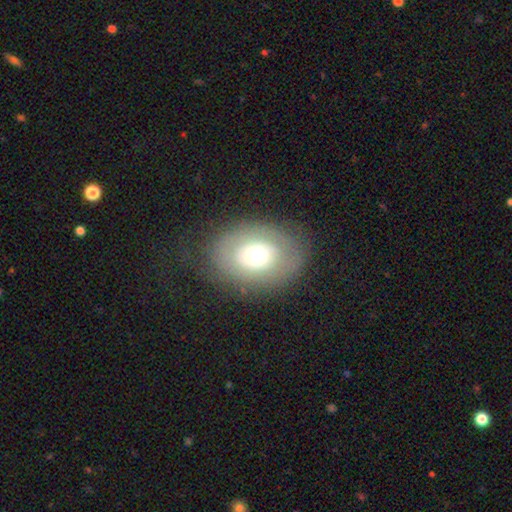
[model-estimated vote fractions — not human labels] This is possibly a smooth galaxy (52%). How rounded: likely in between (71%). Merging: likely none (76%).